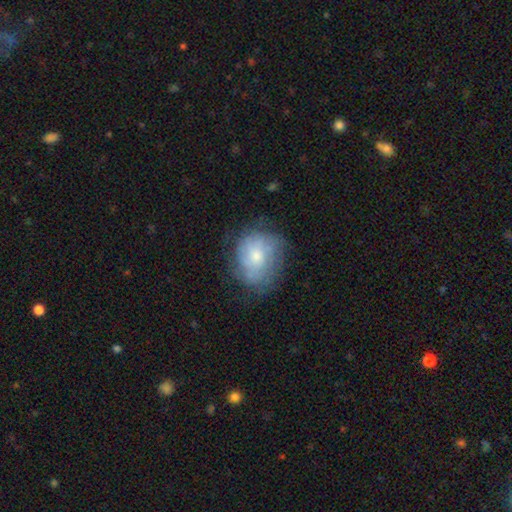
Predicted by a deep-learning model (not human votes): Smooth or featured?
  - smooth: 48% *
  - featured or disk: 43%
  - star or artifact: 9%
Merging?
  - none: 63% *
  - minor disturbance: 24%
  - major disturbance: 11%
  - merger: 1%